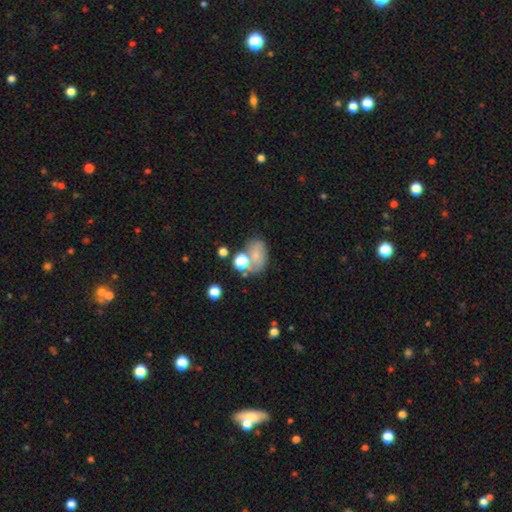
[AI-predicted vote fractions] Overall: smooth (63%). How rounded: in between (73%). Merging: none (43%; merger 22%).